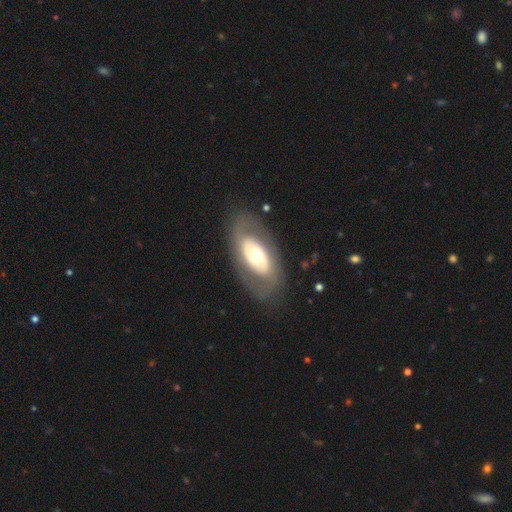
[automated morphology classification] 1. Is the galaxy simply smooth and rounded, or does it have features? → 60% featured or disk, 34% smooth, 6% star or artifact.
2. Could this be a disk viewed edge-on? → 90% no, 10% yes.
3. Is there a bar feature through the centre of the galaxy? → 76% no, 14% weak, 10% strong.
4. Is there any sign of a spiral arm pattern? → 71% no, 29% yes.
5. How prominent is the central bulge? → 62% moderate, 25% large, 10% small, 3% dominant, 1% none.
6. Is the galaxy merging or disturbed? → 78% none, 12% minor disturbance, 9% major disturbance, 1% merger.